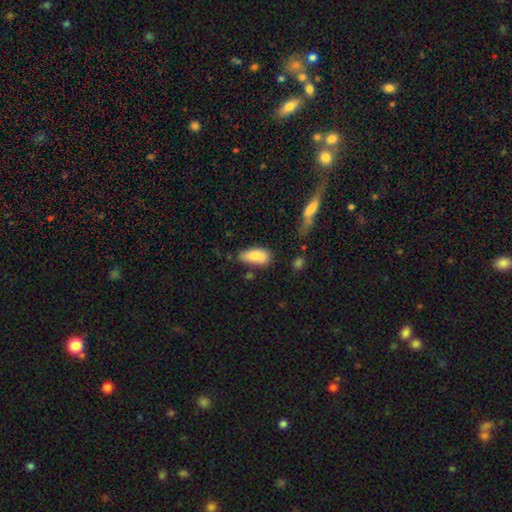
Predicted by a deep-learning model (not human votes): Smooth or featured? Predicted: smooth (p=0.78). How rounded? Predicted: in between (p=0.85). Merging? Predicted: none (p=0.54).